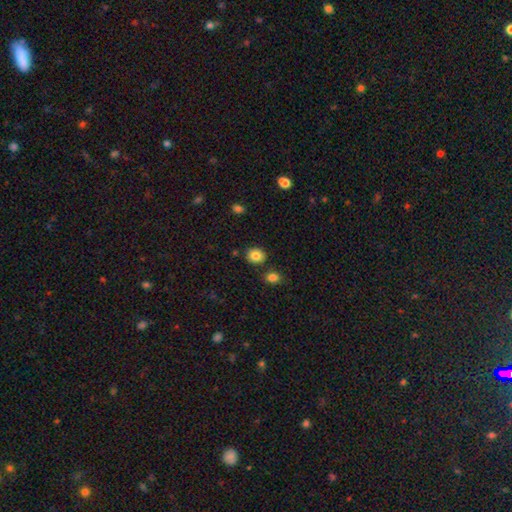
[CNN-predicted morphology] type=smooth (84%); roundness=round (71%); merging=none (83%).